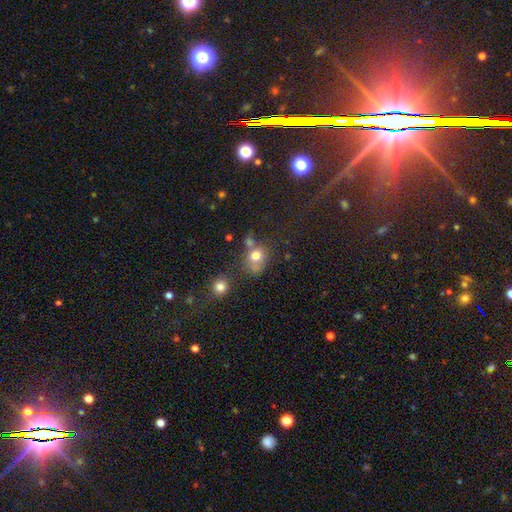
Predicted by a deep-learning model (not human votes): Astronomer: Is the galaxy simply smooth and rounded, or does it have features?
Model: smooth — 75%.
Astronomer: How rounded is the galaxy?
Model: round — 62%.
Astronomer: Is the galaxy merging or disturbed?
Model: none — 46% (runner-up: merger, 24%).